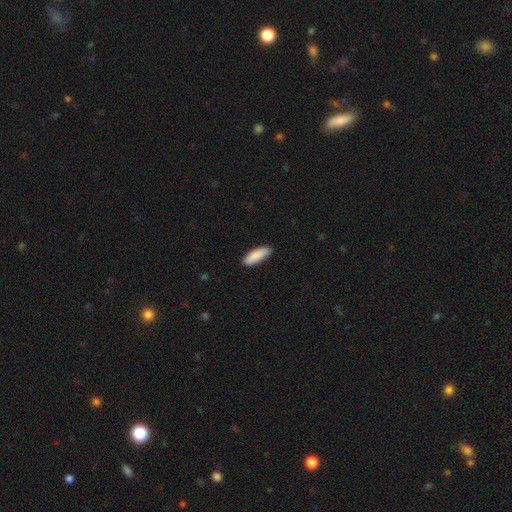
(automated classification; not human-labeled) smooth_or_featured: smooth (p=0.90) [alt: star or artifact p=0.06]
how_rounded: in between (p=0.59) [alt: cigar-shaped p=0.40]
merging: none (p=0.85) [alt: minor disturbance p=0.12]